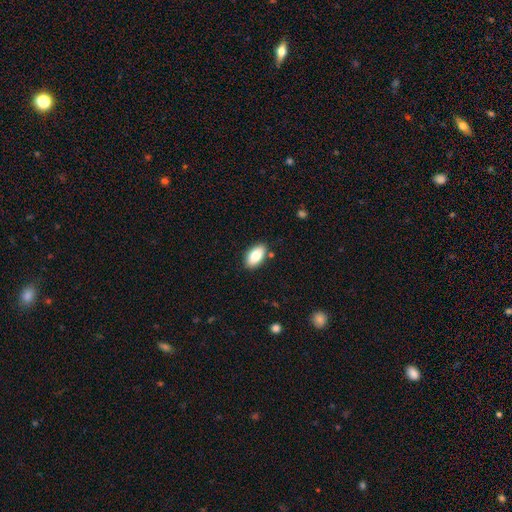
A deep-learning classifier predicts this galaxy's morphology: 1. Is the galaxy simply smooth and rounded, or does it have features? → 84% smooth, 9% featured or disk, 7% star or artifact.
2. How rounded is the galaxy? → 93% in between, 4% cigar-shaped, 3% round.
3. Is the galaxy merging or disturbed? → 85% none, 10% minor disturbance, 2% merger, 2% major disturbance.